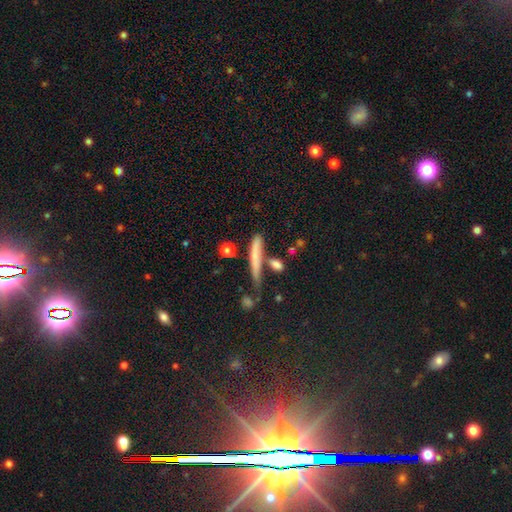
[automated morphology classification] type=smooth (64%); roundness=cigar-shaped (87%); merging=none (62%).